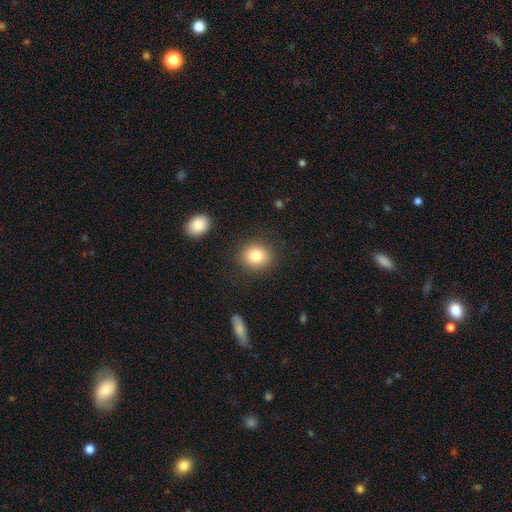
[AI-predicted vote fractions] This is clearly a smooth galaxy (82%). How rounded: likely round (76%). Merging: clearly none (87%).